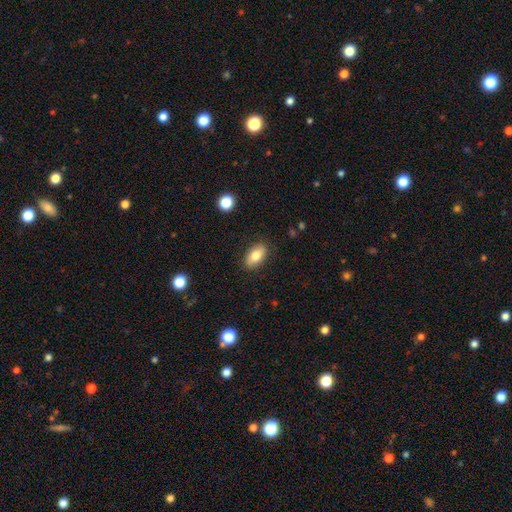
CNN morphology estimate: Smooth or featured? smooth (79%)
How rounded? in between (91%)
Merging? none (87%)